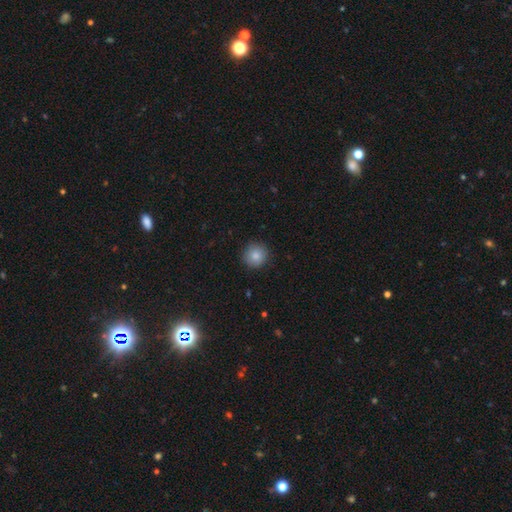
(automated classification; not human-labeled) Smooth or featured?
  - smooth: 85% *
  - star or artifact: 9%
  - featured or disk: 6%
How rounded?
  - round: 93% *
  - in between: 6%
  - cigar-shaped: 1%
Merging?
  - none: 90% *
  - minor disturbance: 7%
  - major disturbance: 2%
  - merger: 1%